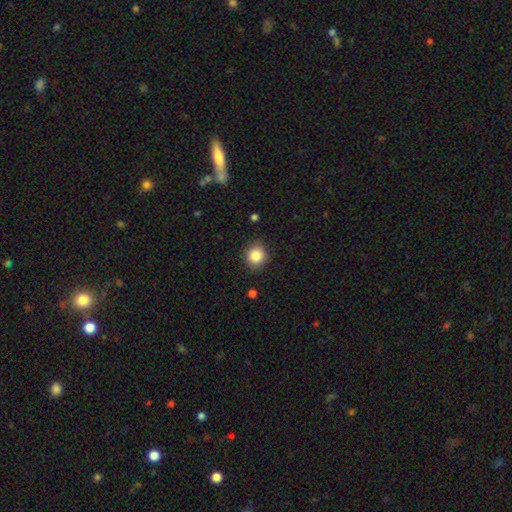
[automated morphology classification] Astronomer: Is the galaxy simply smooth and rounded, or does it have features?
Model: smooth — 86%.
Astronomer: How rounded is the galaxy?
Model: round — 87%.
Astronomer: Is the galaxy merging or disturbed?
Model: none — 87%.